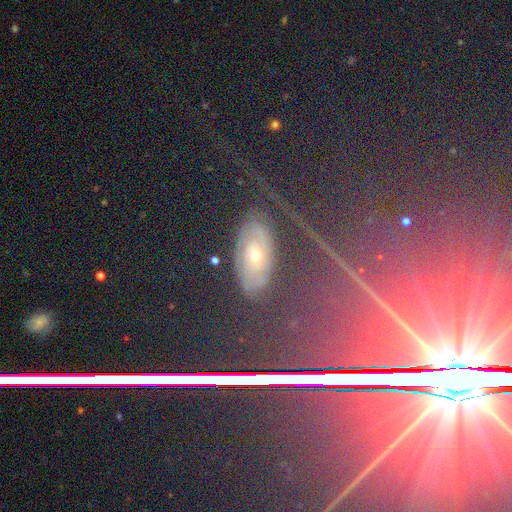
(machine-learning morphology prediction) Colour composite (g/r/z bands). It shows a featured or disk galaxy (42%). Merging: none (80%).